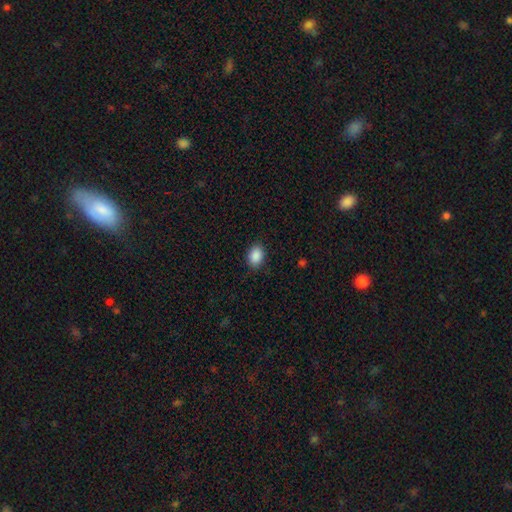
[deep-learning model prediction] This is clearly a smooth galaxy (89%). How rounded: likely in between (74%). Merging: clearly none (87%).